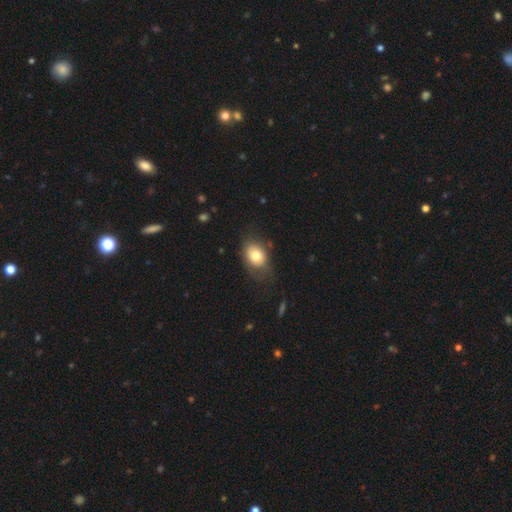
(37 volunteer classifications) Smooth or featured? smooth (65%)
How rounded? in between (83%)
Merging? none (44%)